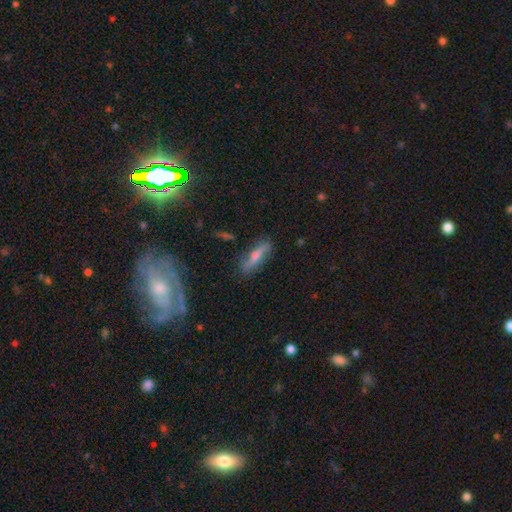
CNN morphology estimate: type=featured or disk (57%); edge-on=no (57%); merging=none (78%).